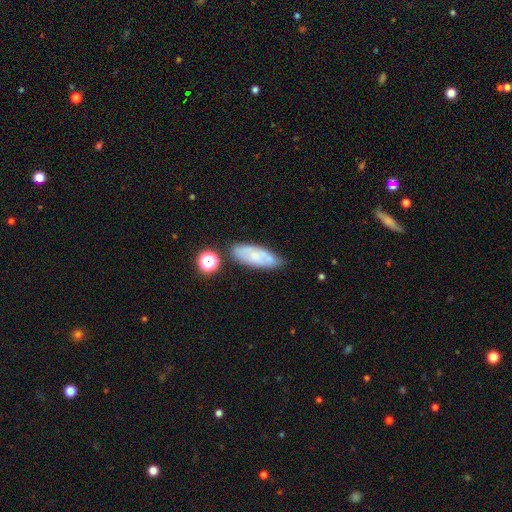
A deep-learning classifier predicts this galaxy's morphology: A smooth galaxy with no disk features (52%) that is in between round and cigar-shaped (67%). Merging: none (69%).